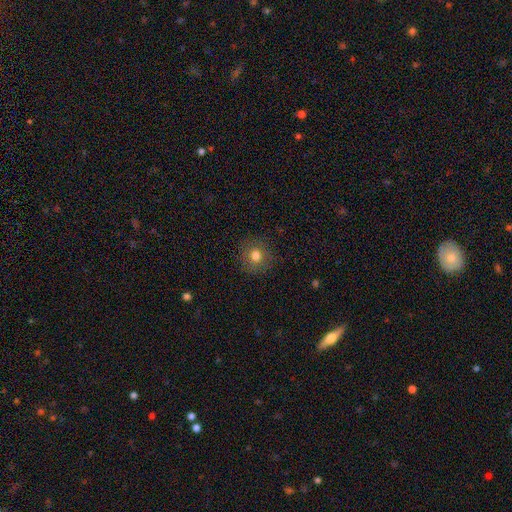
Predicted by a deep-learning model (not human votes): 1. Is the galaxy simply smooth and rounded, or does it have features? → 78% smooth, 12% star or artifact, 10% featured or disk.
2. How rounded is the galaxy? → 91% round, 8% in between, 1% cigar-shaped.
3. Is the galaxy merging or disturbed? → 88% none, 8% minor disturbance, 3% major disturbance, 1% merger.